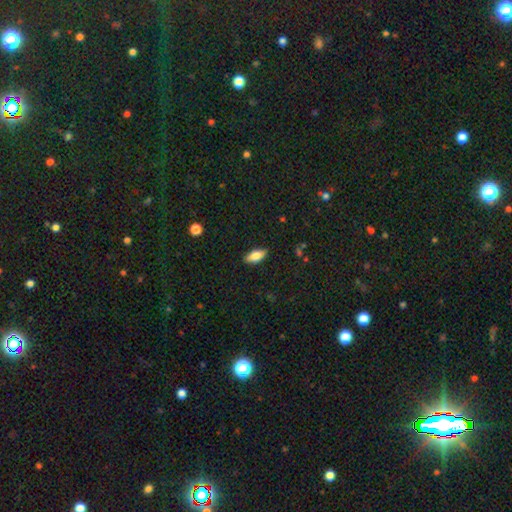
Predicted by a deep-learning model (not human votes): Overall: smooth (77%). How rounded: in between (86%). Merging: none (87%).